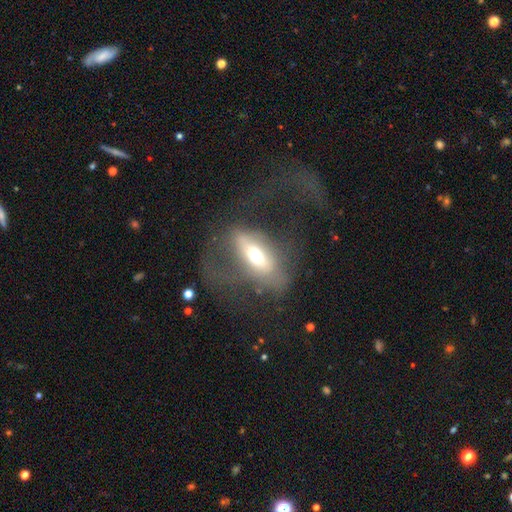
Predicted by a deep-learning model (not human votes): The model was most divided on "smooth or featured": smooth: 50%, featured or disk: 40%, star or artifact: 10%. Remaining: how rounded — in between (80%); merging — major disturbance (48%).